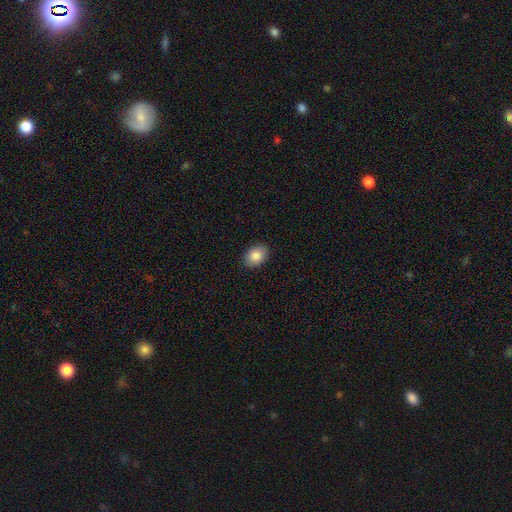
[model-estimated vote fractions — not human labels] Q: Smooth or featured?
A: smooth (86%); runner-up: star or artifact (7%)
Q: How rounded?
A: in between (78%); runner-up: round (21%)
Q: Merging?
A: none (89%); runner-up: minor disturbance (8%)